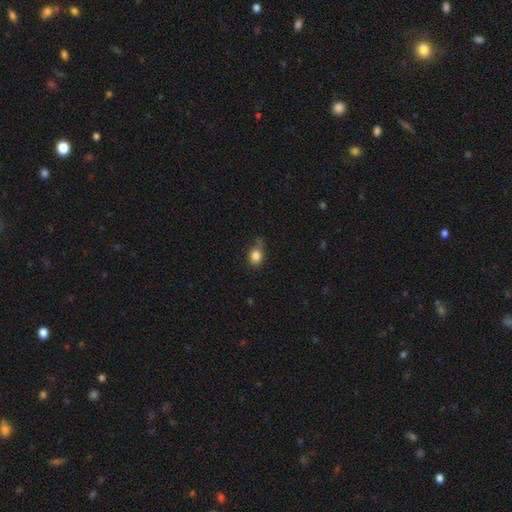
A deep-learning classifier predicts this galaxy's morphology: Q: Smooth or featured?
A: smooth (84%); runner-up: star or artifact (10%)
Q: How rounded?
A: in between (54%); runner-up: round (44%)
Q: Merging?
A: none (59%); runner-up: minor disturbance (30%)